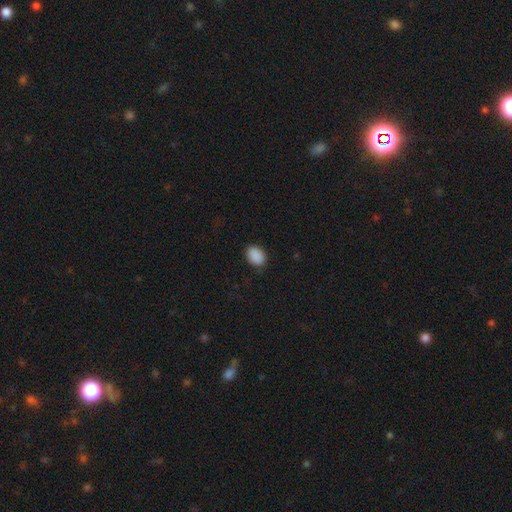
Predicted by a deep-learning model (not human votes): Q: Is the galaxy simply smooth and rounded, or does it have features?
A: smooth — 90%.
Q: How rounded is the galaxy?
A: in between — 73%.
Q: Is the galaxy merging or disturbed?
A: none — 86%.